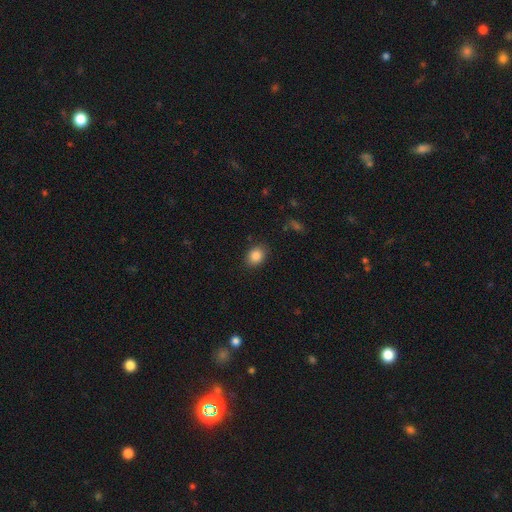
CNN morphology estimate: Smooth or featured: smooth — 86% (star or artifact — 10%)
How rounded: in between — 55% (round — 44%)
Merging: none — 87% (minor disturbance — 9%)